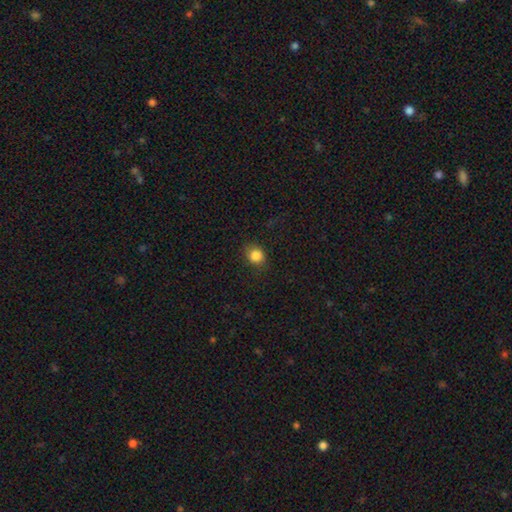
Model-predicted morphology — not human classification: smooth-or-featured: smooth: 84% | star or artifact: 11% | featured or disk: 4%
  how-rounded: round: 78% | in between: 21% | cigar-shaped: 1%
  merging: none: 85% | minor disturbance: 11% | major disturbance: 3% | merger: 1%